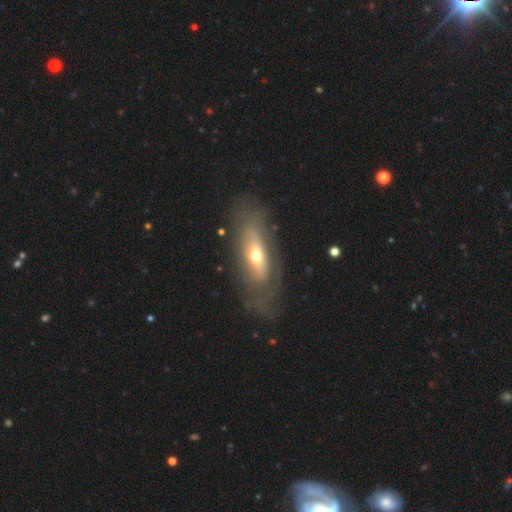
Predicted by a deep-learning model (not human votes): Overall: featured or disk (56%; smooth 37%). Edge-on disk: no (71%). Merging: none (64%).